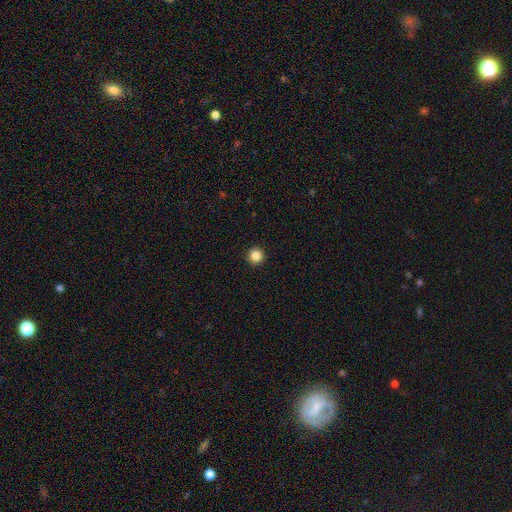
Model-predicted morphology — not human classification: The model was most divided on "smooth or featured": smooth: 85%, star or artifact: 11%, featured or disk: 4%. More confident: how rounded — round (96%); merging — none (94%).